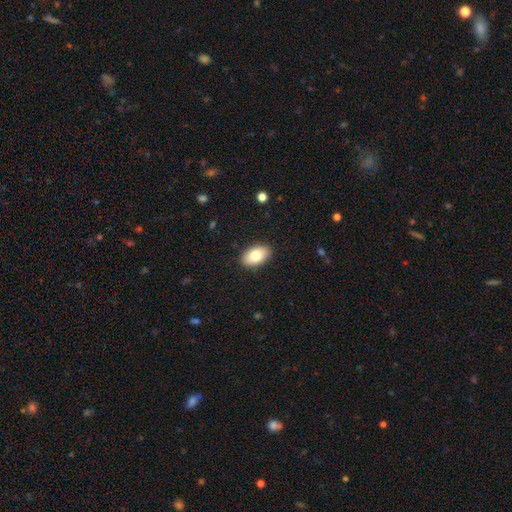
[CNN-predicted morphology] Smooth or featured: smooth — 79% (featured or disk — 14%)
How rounded: in between — 92% (round — 7%)
Merging: none — 89% (minor disturbance — 9%)